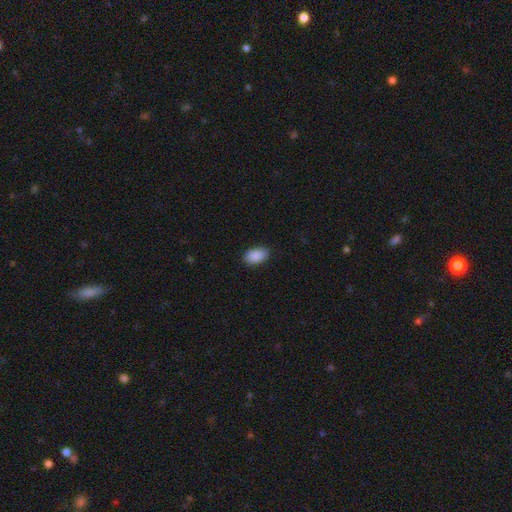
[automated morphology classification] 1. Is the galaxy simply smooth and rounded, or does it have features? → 90% smooth, 7% star or artifact, 3% featured or disk.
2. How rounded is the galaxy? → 92% in between, 6% round, 1% cigar-shaped.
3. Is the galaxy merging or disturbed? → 87% none, 10% minor disturbance, 2% major disturbance, 1% merger.